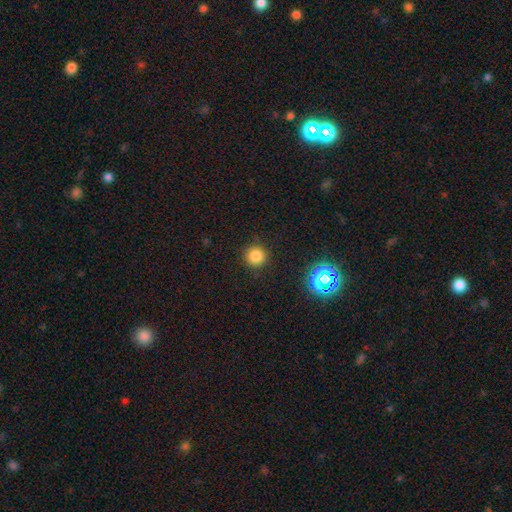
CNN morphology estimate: Overall: smooth (80%). How rounded: round (94%). Merging: none (90%).